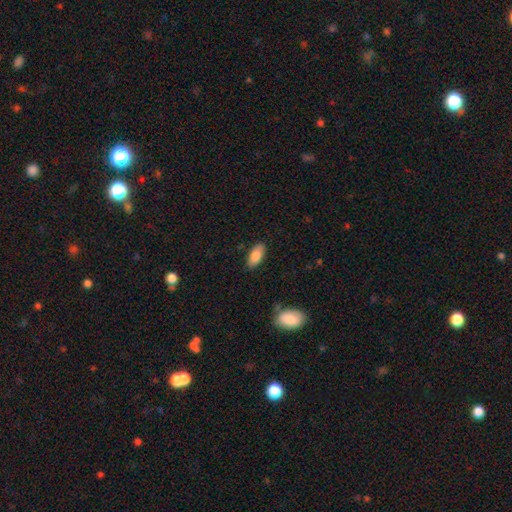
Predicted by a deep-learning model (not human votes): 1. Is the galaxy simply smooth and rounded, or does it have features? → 83% smooth, 10% featured or disk, 7% star or artifact.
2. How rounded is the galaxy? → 88% in between, 9% cigar-shaped, 2% round.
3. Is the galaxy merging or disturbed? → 86% none, 10% minor disturbance, 2% major disturbance, 1% merger.